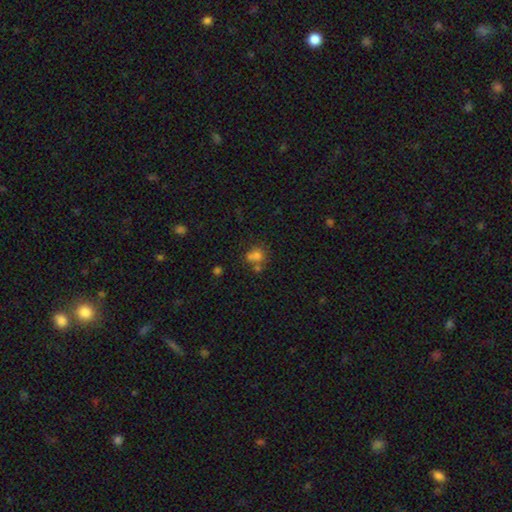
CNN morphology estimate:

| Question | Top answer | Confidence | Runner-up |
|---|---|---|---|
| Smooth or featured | smooth | 69% | star or artifact (16%) |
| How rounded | round | 66% | in between (33%) |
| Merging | merger | 43% | none (39%) |